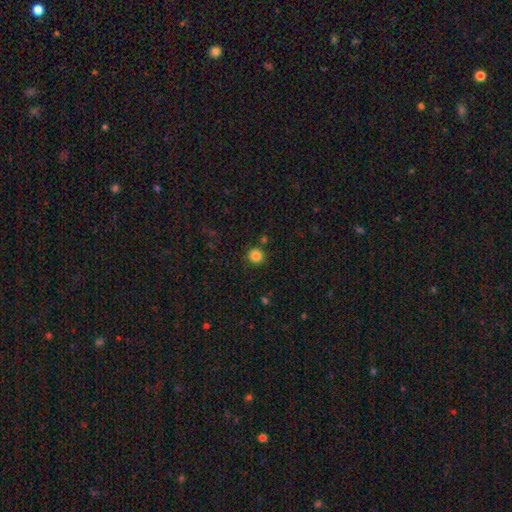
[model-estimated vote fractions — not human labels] Smooth or featured?
  - smooth: 84% *
  - star or artifact: 12%
  - featured or disk: 4%
How rounded?
  - round: 92% *
  - in between: 7%
  - cigar-shaped: 1%
Merging?
  - none: 86% *
  - minor disturbance: 8%
  - merger: 4%
  - major disturbance: 2%